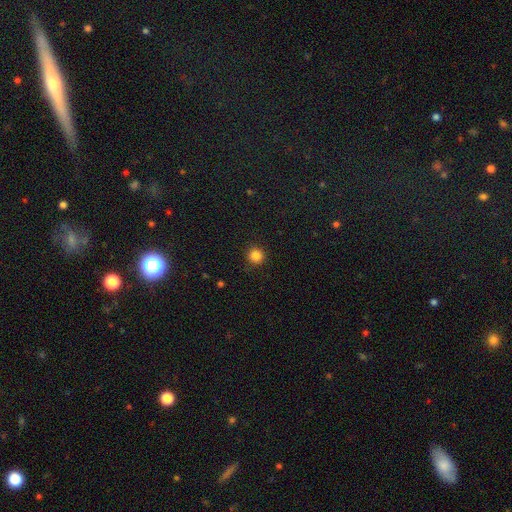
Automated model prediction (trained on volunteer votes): Overall: smooth (85%). How rounded: round (94%). Merging: none (90%).